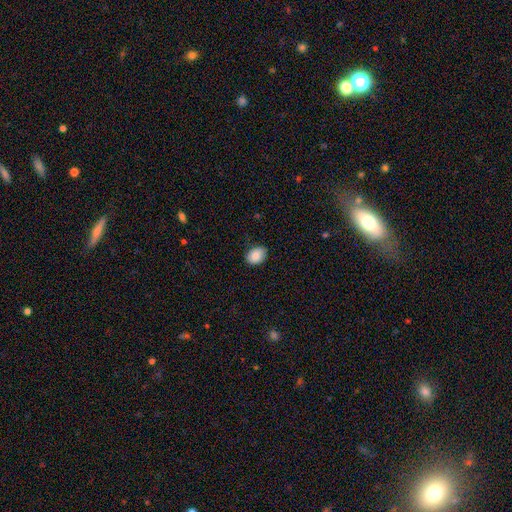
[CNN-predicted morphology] Smooth or featured? smooth (87%)
How rounded? in between (75%)
Merging? none (84%)